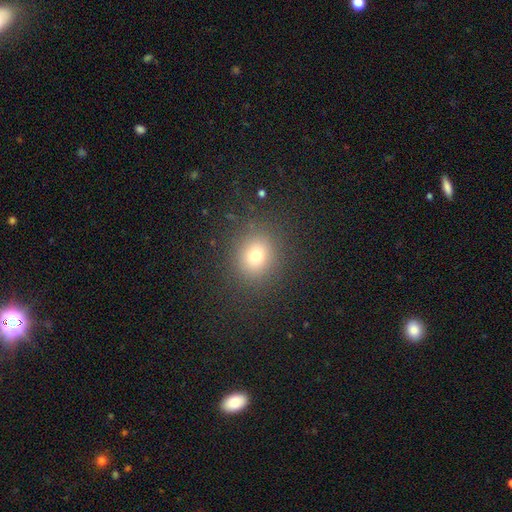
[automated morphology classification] The model was most divided on "smooth or featured": smooth: 72%, star or artifact: 17%, featured or disk: 10%. More confident: merging — none (86%); how rounded — round (80%).